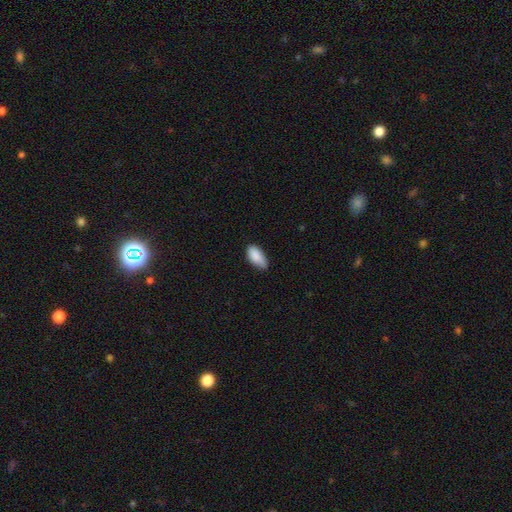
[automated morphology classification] This appears to be a smooth galaxy with no disk features (88%) that is in between round and cigar-shaped (92%). Merging: none (72%).